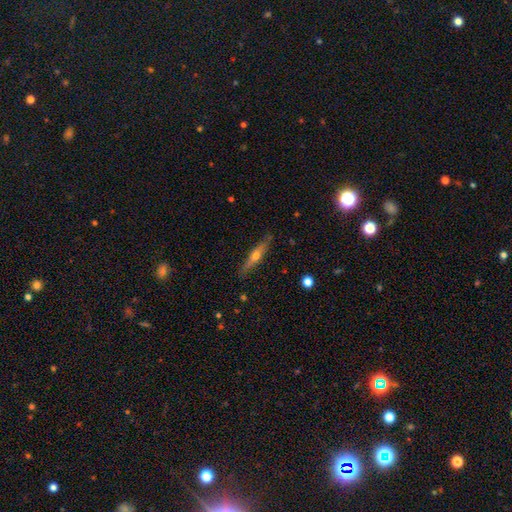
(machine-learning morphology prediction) Overall: featured or disk (55%; smooth 39%). Edge-on disk: yes (91%). Edge-on bulge: rounded (88%). Merging: none (84%).